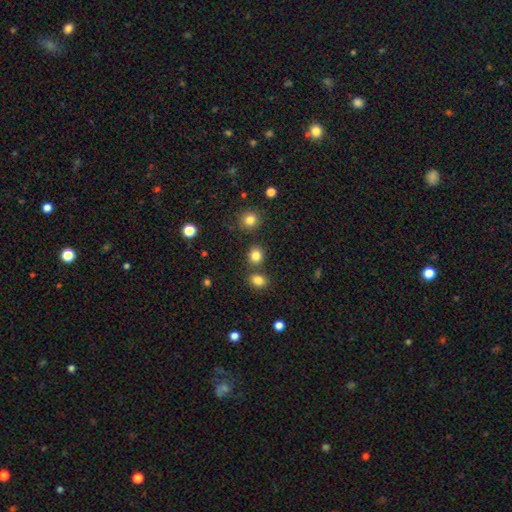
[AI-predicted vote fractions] Overall: smooth (83%). How rounded: round (74%). Merging: none (78%).